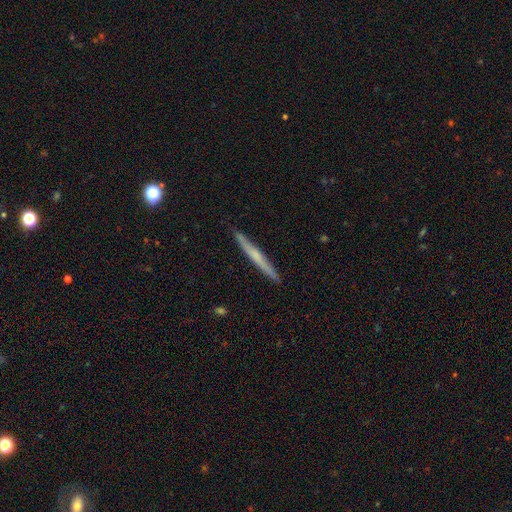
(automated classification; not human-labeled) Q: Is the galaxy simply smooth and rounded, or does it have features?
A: featured or disk — 49%.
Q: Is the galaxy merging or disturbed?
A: none — 91%.